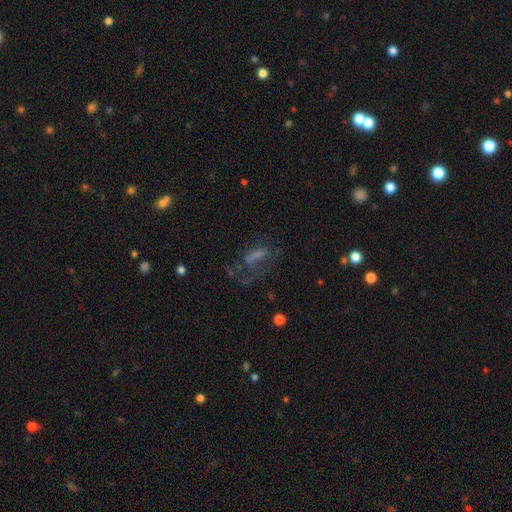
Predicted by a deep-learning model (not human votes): Smooth or featured? featured or disk (39%)
Merging? none (41%)